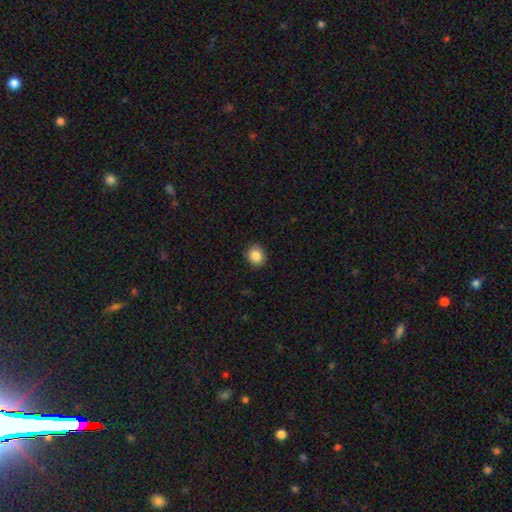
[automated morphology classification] Q: Smooth or featured?
A: smooth (86%); runner-up: star or artifact (9%)
Q: How rounded?
A: round (69%); runner-up: in between (30%)
Q: Merging?
A: none (89%); runner-up: minor disturbance (8%)